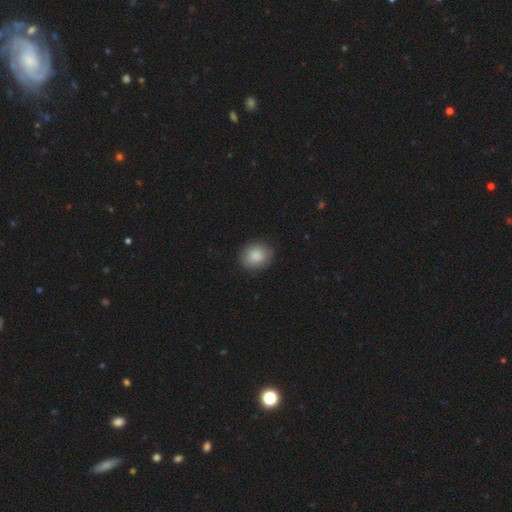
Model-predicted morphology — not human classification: A smooth galaxy with no disk features (88%) that is round (65%). Merging: none (87%).